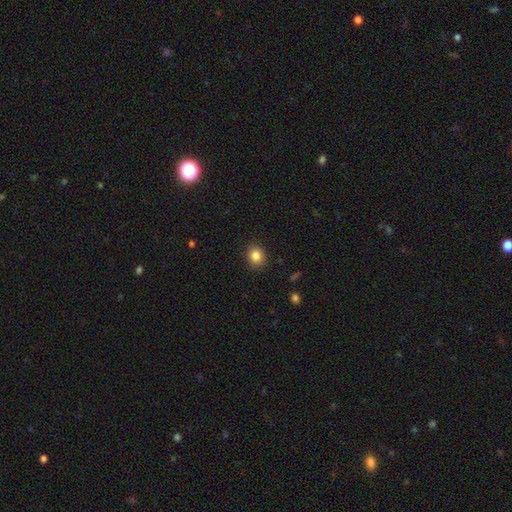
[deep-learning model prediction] Smooth or featured: smooth — 85% (star or artifact — 10%)
How rounded: round — 73% (in between — 26%)
Merging: none — 89% (minor disturbance — 7%)